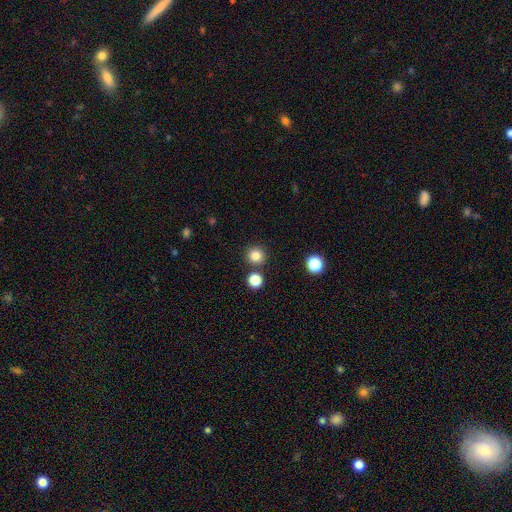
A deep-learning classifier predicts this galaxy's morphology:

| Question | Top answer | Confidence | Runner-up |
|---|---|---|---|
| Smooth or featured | smooth | 82% | star or artifact (13%) |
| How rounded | round | 95% | in between (4%) |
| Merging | none | 86% | merger (6%) |